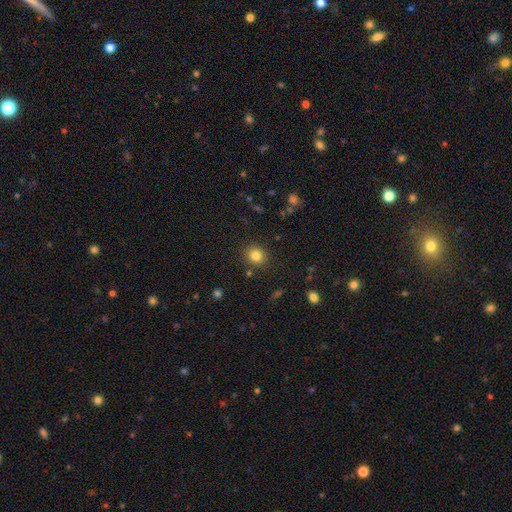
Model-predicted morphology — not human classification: Smooth or featured?
  - smooth: 82% *
  - star or artifact: 12%
  - featured or disk: 6%
How rounded?
  - round: 87% *
  - in between: 12%
  - cigar-shaped: 1%
Merging?
  - none: 88% *
  - minor disturbance: 7%
  - major disturbance: 3%
  - merger: 2%